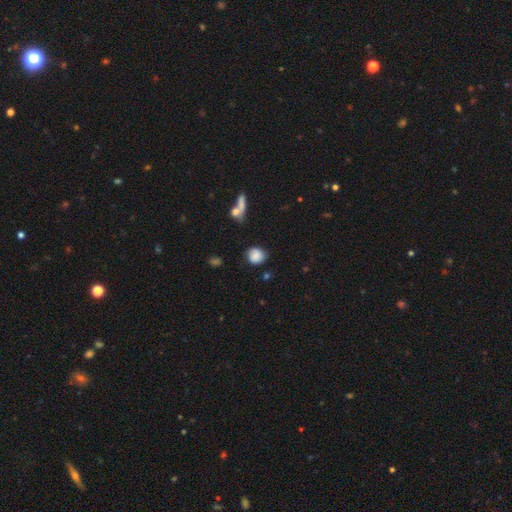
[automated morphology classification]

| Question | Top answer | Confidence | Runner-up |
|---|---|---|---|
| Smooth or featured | smooth | 81% | featured or disk (10%) |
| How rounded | round | 81% | in between (18%) |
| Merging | none | 75% | minor disturbance (17%) |